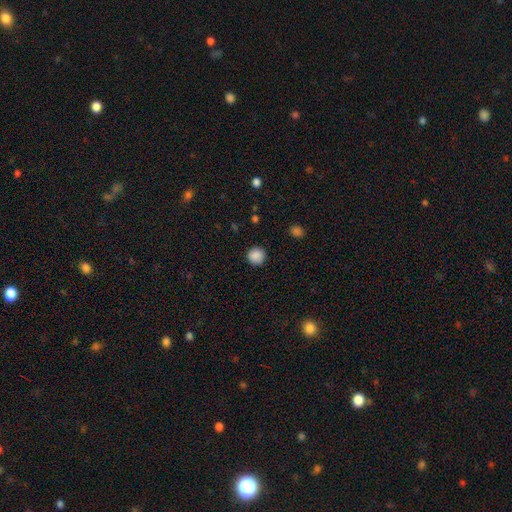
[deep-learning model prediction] Smooth or featured: smooth — 88% (star or artifact — 9%)
How rounded: round — 94% (in between — 5%)
Merging: none — 91% (minor disturbance — 6%)